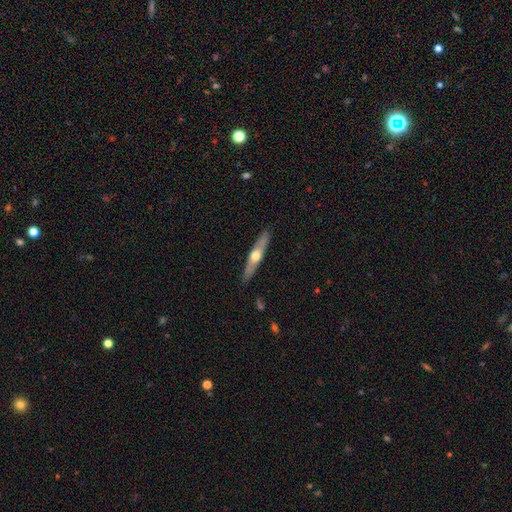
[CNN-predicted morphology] This appears to be a featured or disk galaxy (54%) viewed edge-on (87%). Merging: none (88%).